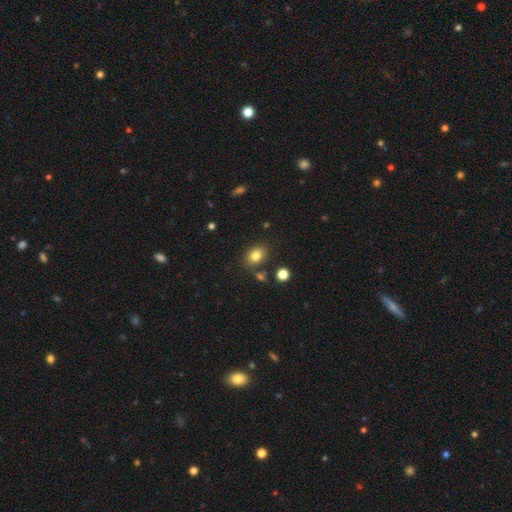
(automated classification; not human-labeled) Smooth or featured?
  - smooth: 81% *
  - star or artifact: 11%
  - featured or disk: 8%
How rounded?
  - in between: 66% *
  - round: 33%
  - cigar-shaped: 1%
Merging?
  - none: 79% *
  - minor disturbance: 11%
  - merger: 6%
  - major disturbance: 3%